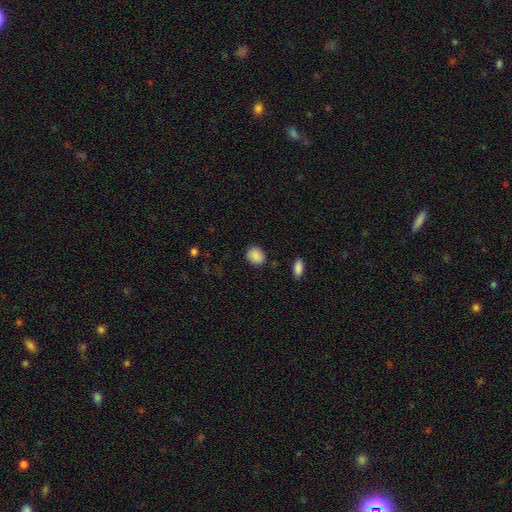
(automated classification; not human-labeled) Q: Smooth or featured?
A: smooth (89%); runner-up: star or artifact (8%)
Q: How rounded?
A: round (61%); runner-up: in between (38%)
Q: Merging?
A: none (84%); runner-up: minor disturbance (11%)